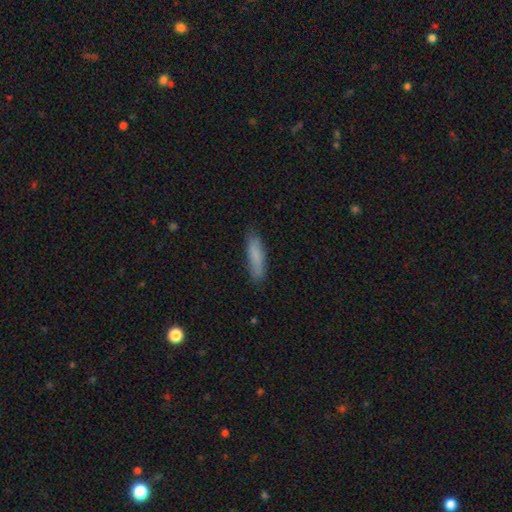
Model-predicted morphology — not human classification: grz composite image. It shows a smooth galaxy with no disk features (82%) that is cigar-shaped (71%). Merging: none (81%).